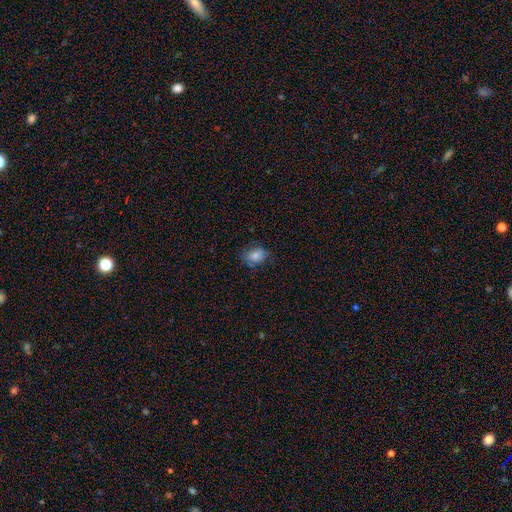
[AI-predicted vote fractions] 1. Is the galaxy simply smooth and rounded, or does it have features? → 80% smooth, 10% featured or disk, 10% star or artifact.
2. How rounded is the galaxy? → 68% in between, 30% round, 1% cigar-shaped.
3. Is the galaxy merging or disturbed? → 71% none, 21% minor disturbance, 6% major disturbance, 1% merger.